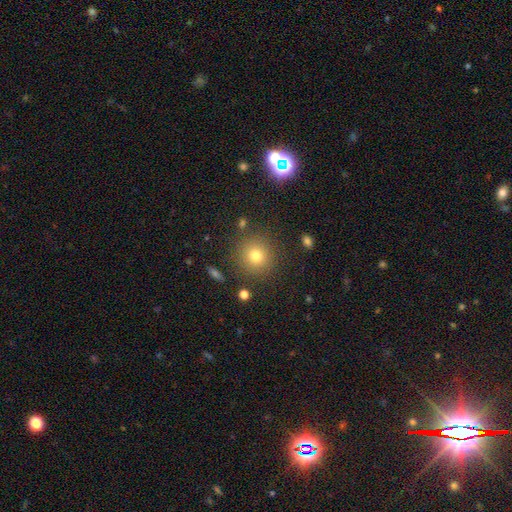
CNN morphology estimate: smooth-or-featured: smooth: 75% | star or artifact: 16% | featured or disk: 9%
  how-rounded: round: 93% | in between: 6% | cigar-shaped: 1%
  merging: none: 87% | minor disturbance: 7% | major disturbance: 3% | merger: 3%